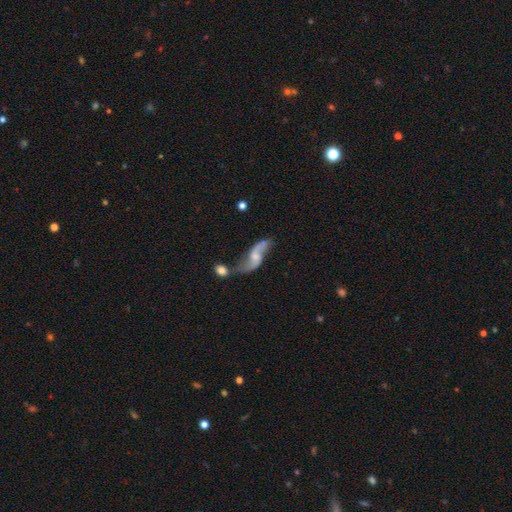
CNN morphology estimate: This appears to be a featured or disk galaxy (80%) with no bar (48%), 2 (91%) loose (86%) spiral arms (92%) and a small central bulge (41%). Merging: merger (39%).